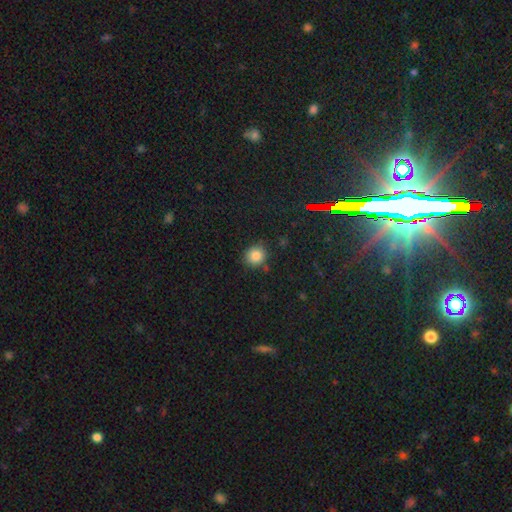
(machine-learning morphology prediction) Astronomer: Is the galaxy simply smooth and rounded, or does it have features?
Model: smooth — 83%.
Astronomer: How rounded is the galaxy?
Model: round — 85%.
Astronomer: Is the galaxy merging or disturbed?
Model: none — 80%.